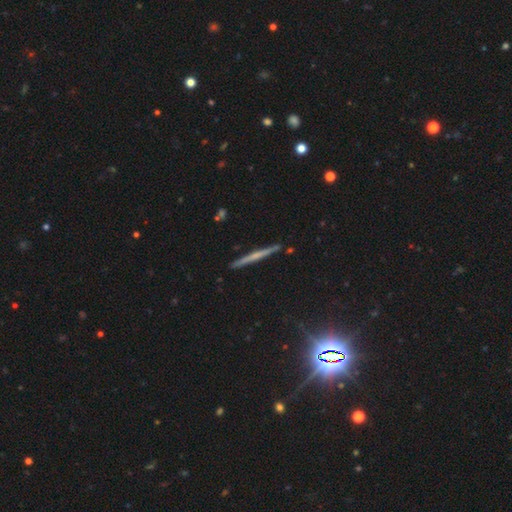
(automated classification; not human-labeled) A featured or disk galaxy (60%) viewed edge-on (98%) with no central bulge (60%). Merging: none (90%).